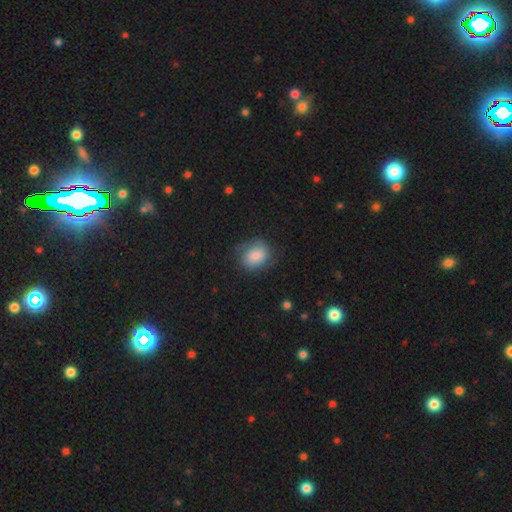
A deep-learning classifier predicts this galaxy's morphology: Smooth or featured: smooth — 78% (featured or disk — 14%)
How rounded: in between — 51% (round — 48%)
Merging: none — 63% (minor disturbance — 25%)